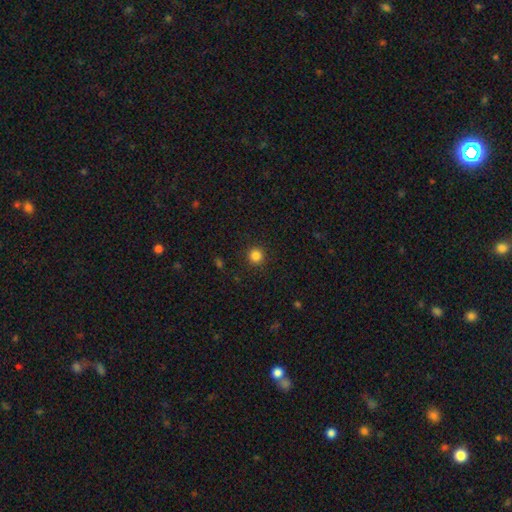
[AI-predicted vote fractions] Q: Smooth or featured?
A: smooth (84%); runner-up: star or artifact (12%)
Q: How rounded?
A: round (95%); runner-up: in between (4%)
Q: Merging?
A: none (92%); runner-up: minor disturbance (5%)